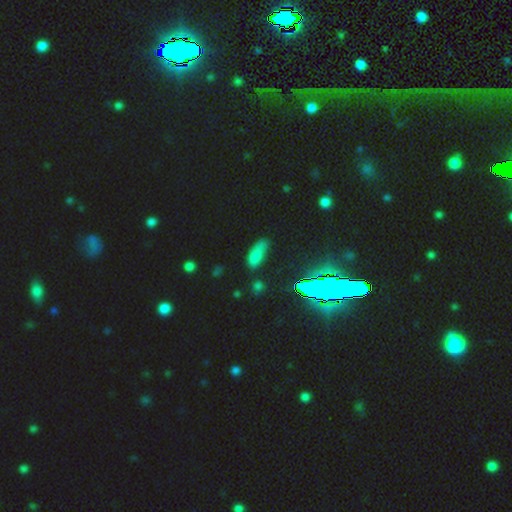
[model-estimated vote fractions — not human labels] Smooth or featured?
  - smooth: 67% *
  - star or artifact: 25%
  - featured or disk: 8%
How rounded?
  - in between: 70% *
  - cigar-shaped: 25%
  - round: 5%
Merging?
  - none: 60% *
  - minor disturbance: 26%
  - major disturbance: 9%
  - merger: 5%